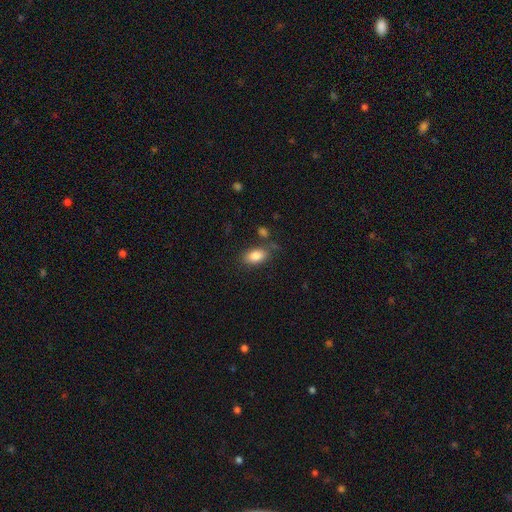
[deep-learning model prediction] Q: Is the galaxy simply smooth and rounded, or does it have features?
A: smooth — 84%.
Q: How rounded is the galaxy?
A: in between — 90%.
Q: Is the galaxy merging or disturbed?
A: none — 75%.